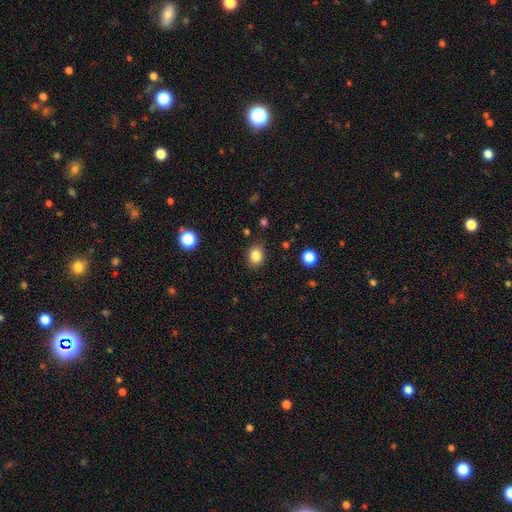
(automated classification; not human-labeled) The model was most divided on "how rounded": round: 56%, in between: 43%, cigar-shaped: 1%. More confident: merging — none (86%); smooth or featured — smooth (84%).